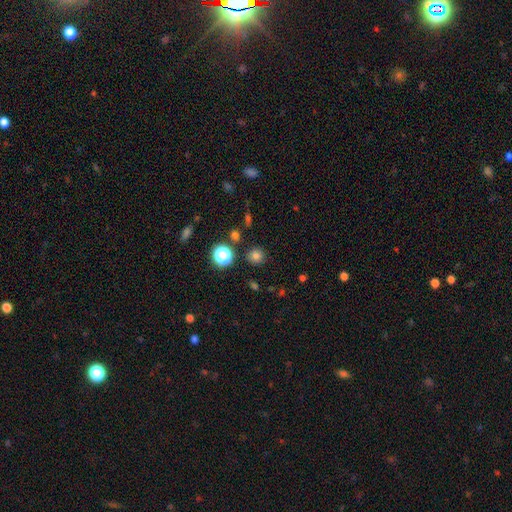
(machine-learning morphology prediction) smooth-or-featured: smooth: 77% | star or artifact: 17% | featured or disk: 6%
  how-rounded: round: 93% | in between: 6% | cigar-shaped: 1%
  merging: none: 88% | minor disturbance: 7% | merger: 3% | major disturbance: 2%